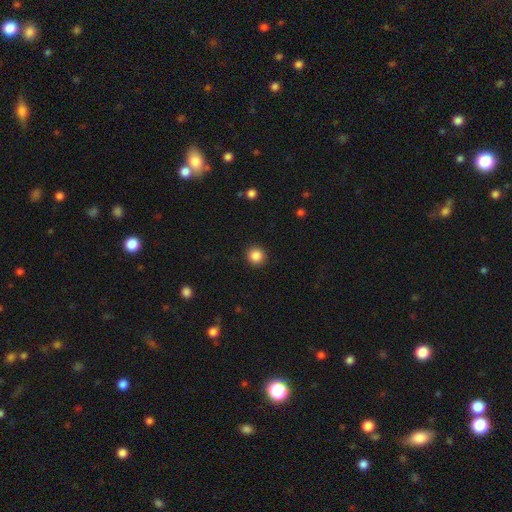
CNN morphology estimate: Smooth or featured?
  - smooth: 87% *
  - star or artifact: 10%
  - featured or disk: 3%
How rounded?
  - round: 94% *
  - in between: 5%
  - cigar-shaped: 1%
Merging?
  - none: 92% *
  - minor disturbance: 5%
  - major disturbance: 2%
  - merger: 1%